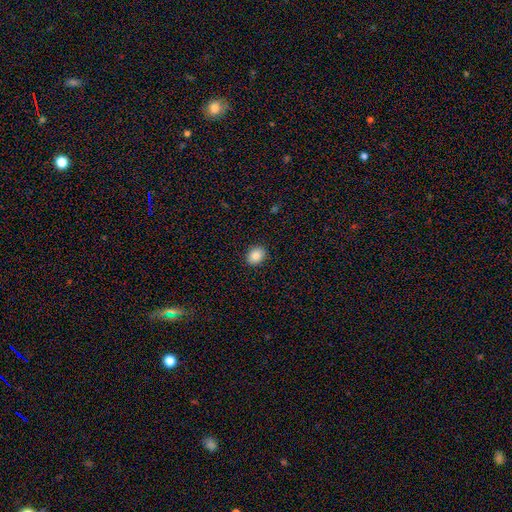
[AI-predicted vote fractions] smooth_or_featured: smooth (p=0.88) [alt: star or artifact p=0.08]
how_rounded: round (p=0.51) [alt: in between p=0.48]
merging: none (p=0.90) [alt: minor disturbance p=0.07]